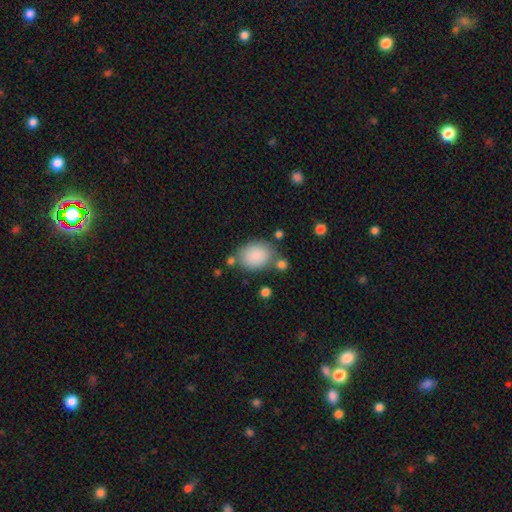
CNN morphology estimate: smooth-or-featured: smooth: 87% | star or artifact: 7% | featured or disk: 6%
  how-rounded: in between: 60% | round: 39% | cigar-shaped: 1%
  merging: none: 67% | minor disturbance: 17% | merger: 10% | major disturbance: 6%